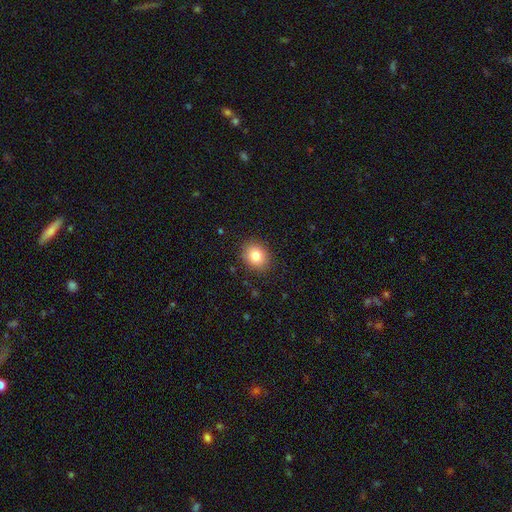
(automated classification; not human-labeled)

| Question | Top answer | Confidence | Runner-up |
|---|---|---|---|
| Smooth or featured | smooth | 82% | star or artifact (10%) |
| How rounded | round | 68% | in between (31%) |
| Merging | none | 88% | minor disturbance (9%) |